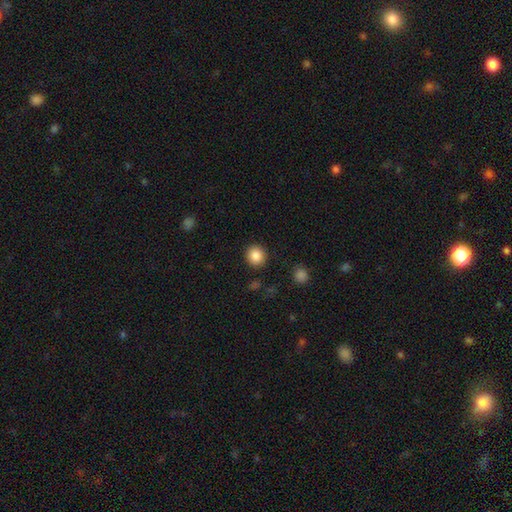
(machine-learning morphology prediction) smooth_or_featured: smooth (p=0.86) [alt: star or artifact p=0.10]
how_rounded: round (p=0.92) [alt: in between p=0.07]
merging: none (p=0.90) [alt: minor disturbance p=0.06]